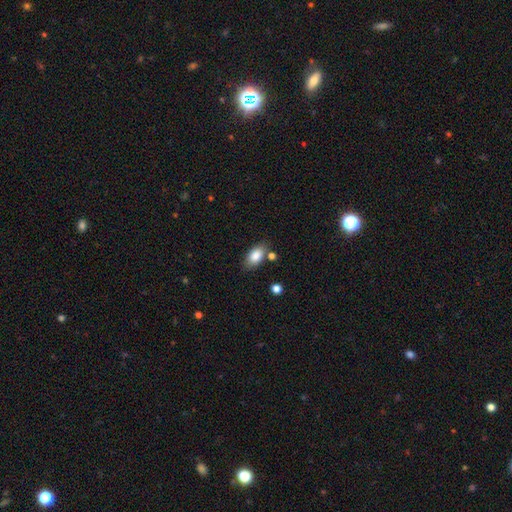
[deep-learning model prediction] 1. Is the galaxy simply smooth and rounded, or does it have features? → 85% smooth, 8% star or artifact, 7% featured or disk.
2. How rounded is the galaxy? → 91% in between, 6% round, 3% cigar-shaped.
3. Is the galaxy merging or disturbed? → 75% none, 14% minor disturbance, 8% merger, 4% major disturbance.